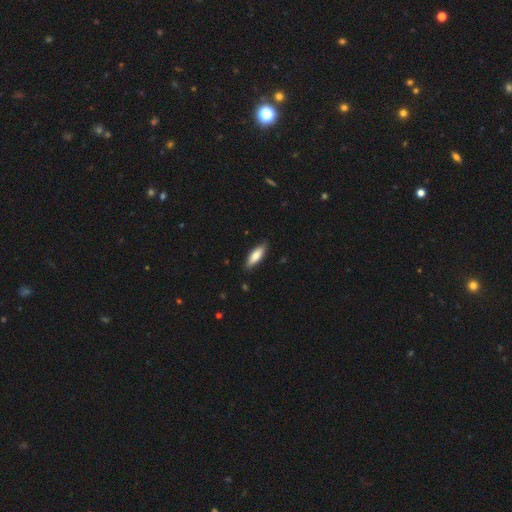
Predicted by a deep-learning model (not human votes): Smooth or featured? Predicted: smooth (p=0.79). How rounded? Predicted: in between (p=0.55). Merging? Predicted: none (p=0.86).